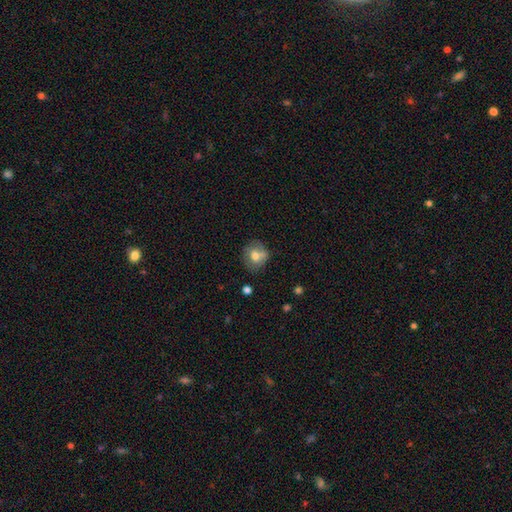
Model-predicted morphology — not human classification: A smooth galaxy with no disk features (67%) that is round (75%). Merging: none (60%).